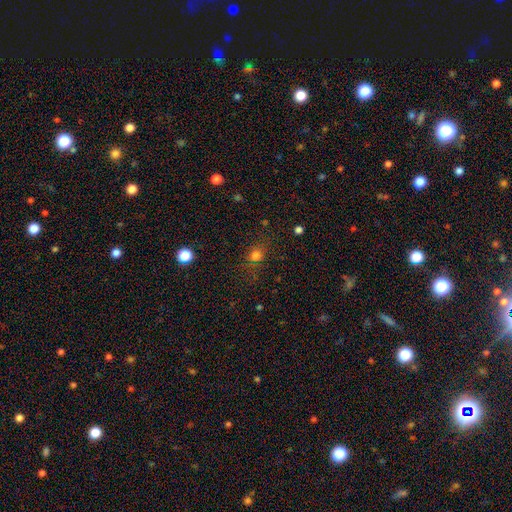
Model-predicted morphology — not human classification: type=smooth (73%); roundness=round (77%); merging=none (78%).